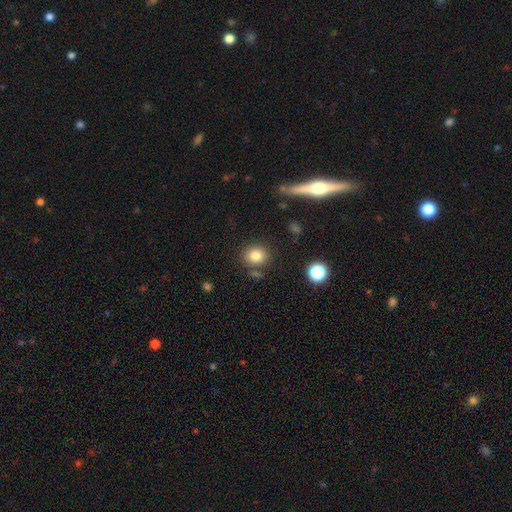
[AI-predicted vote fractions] smooth-or-featured: smooth: 82% | star or artifact: 11% | featured or disk: 7%
  how-rounded: round: 77% | in between: 22% | cigar-shaped: 1%
  merging: none: 80% | minor disturbance: 10% | merger: 6% | major disturbance: 4%